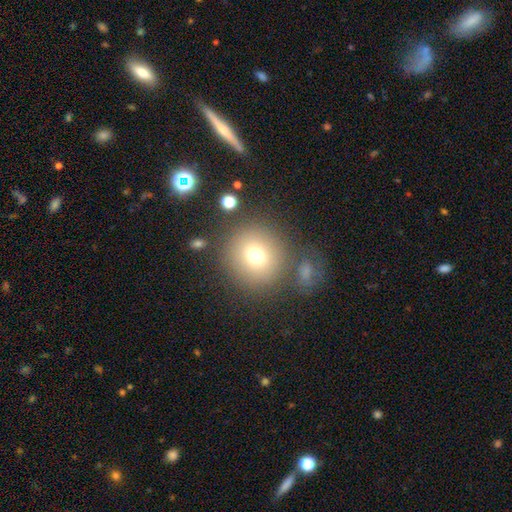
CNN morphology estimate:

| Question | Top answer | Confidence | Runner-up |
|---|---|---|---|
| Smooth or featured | smooth | 74% | star or artifact (13%) |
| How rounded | round | 90% | in between (9%) |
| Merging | none | 76% | minor disturbance (10%) |